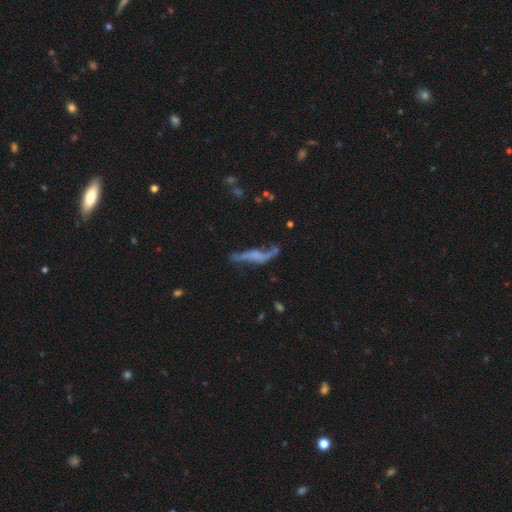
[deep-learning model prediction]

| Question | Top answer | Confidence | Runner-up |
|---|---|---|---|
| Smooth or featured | featured or disk | 60% | smooth (28%) |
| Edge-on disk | no | 51% | yes (49%) |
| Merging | none | 46% | minor disturbance (24%) |